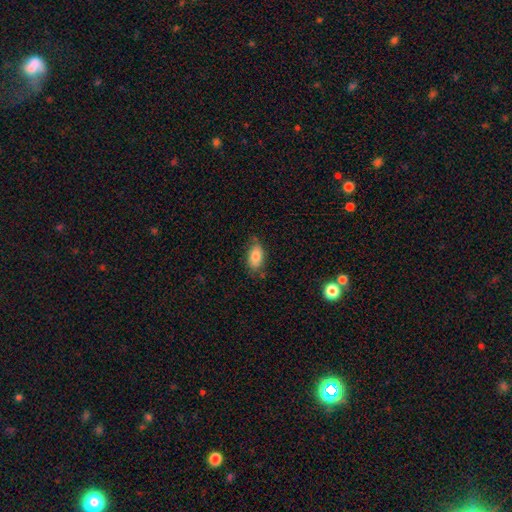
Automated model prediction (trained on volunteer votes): Smooth or featured? smooth (80%)
How rounded? in between (92%)
Merging? none (67%)